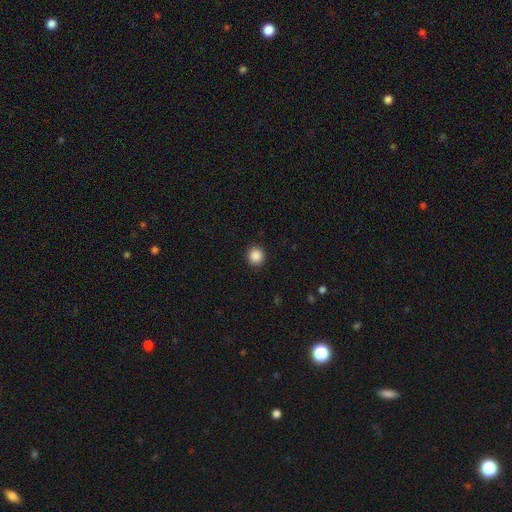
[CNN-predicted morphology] The model was most divided on "smooth or featured": smooth: 88%, star or artifact: 9%, featured or disk: 2%. More confident: merging — none (92%); how rounded — round (91%).